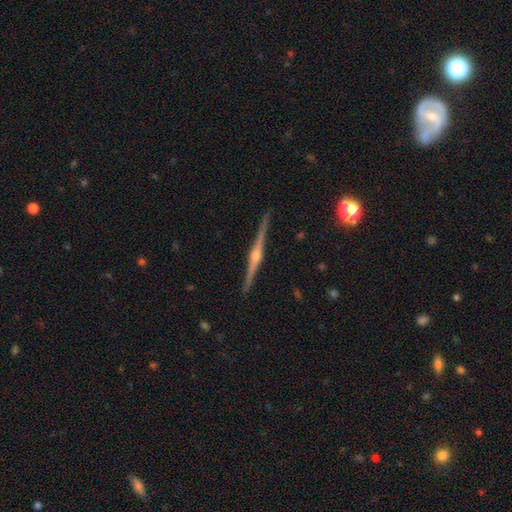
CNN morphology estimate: Q: Smooth or featured?
A: featured or disk (88%); runner-up: smooth (7%)
Q: Edge-on disk?
A: yes (99%); runner-up: no (1%)
Q: Edge-on bulge?
A: rounded (93%); runner-up: boxy (4%)
Q: Merging?
A: none (92%); runner-up: minor disturbance (5%)